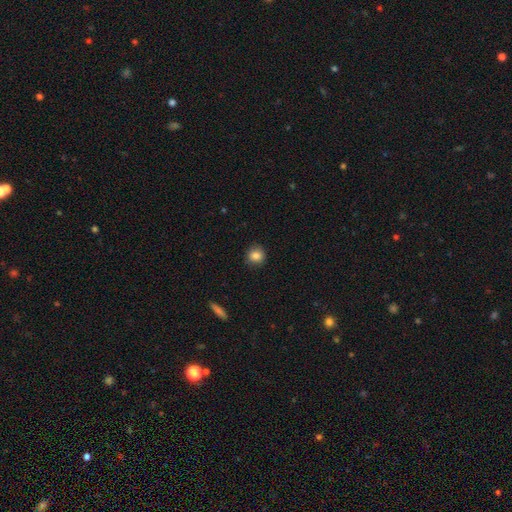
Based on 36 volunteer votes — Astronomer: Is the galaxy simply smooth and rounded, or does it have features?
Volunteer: smooth — 97%.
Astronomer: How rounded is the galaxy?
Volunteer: round — 80%.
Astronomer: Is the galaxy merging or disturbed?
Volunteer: none — 83%.